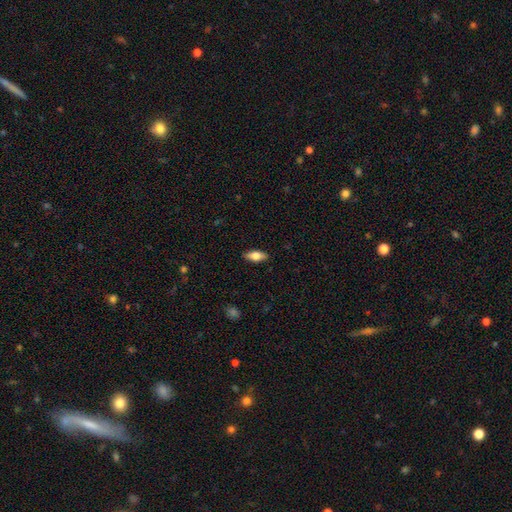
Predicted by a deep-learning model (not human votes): A smooth galaxy with no disk features (68%) that is in between round and cigar-shaped (81%).

Vote fractions:
- Smooth or featured? smooth: 68% / featured or disk: 26% / star or artifact: 7%
- How rounded? in between: 81% / cigar-shaped: 16% / round: 3%
- Merging? none: 89% / minor disturbance: 9% / major disturbance: 2% / merger: 1%